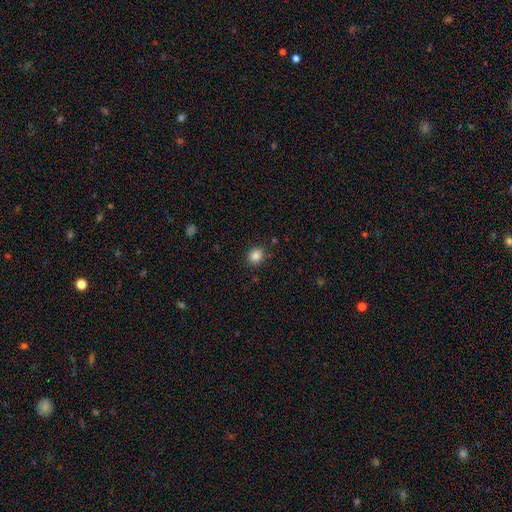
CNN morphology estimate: The model was most divided on "how rounded": round: 71%, in between: 28%, cigar-shaped: 1%. More confident: merging — none (86%); smooth or featured — smooth (85%).